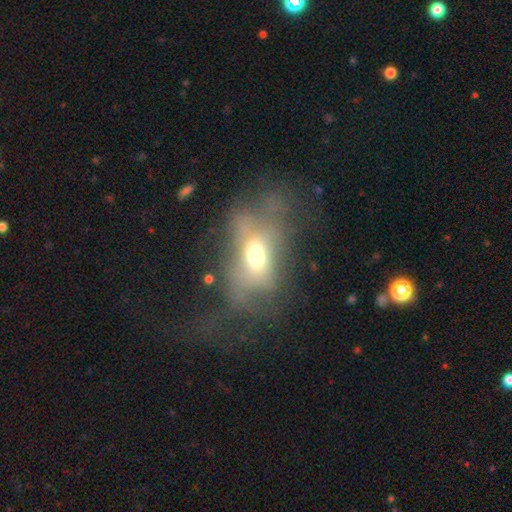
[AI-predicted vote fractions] Smooth or featured? Predicted: smooth (p=0.50). How rounded? Predicted: in between (p=0.79). Merging? Predicted: major disturbance (p=0.47).